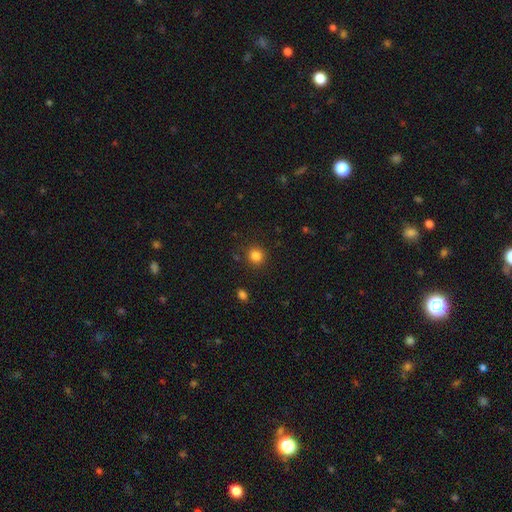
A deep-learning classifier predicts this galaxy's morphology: This is clearly a smooth galaxy (84%). How rounded: clearly round (91%). Merging: clearly none (90%).